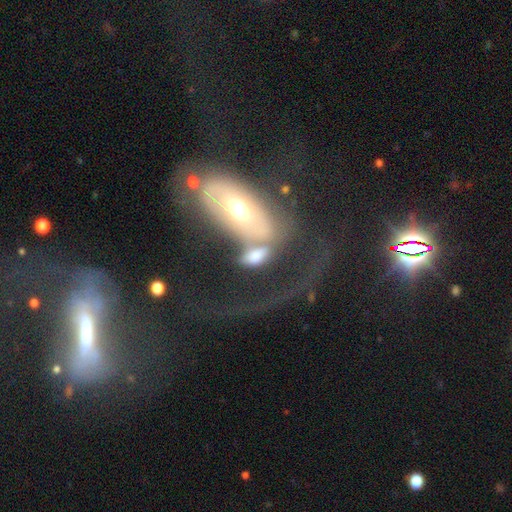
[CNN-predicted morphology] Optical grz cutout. It shows a smooth galaxy with no disk features (53%) that is in between round and cigar-shaped (82%). Merging: merger (51%).